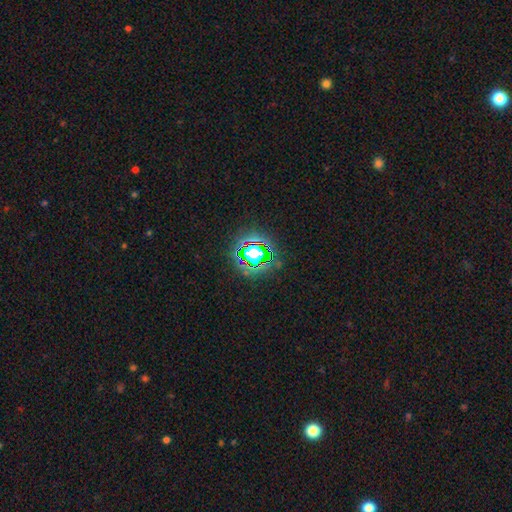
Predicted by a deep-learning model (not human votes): Q: Smooth or featured?
A: star or artifact (63%); runner-up: smooth (24%)